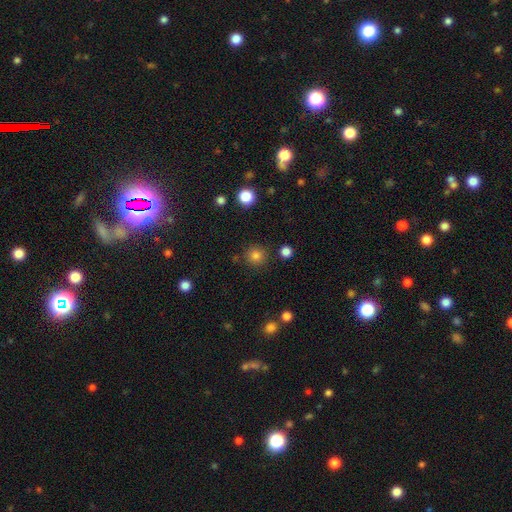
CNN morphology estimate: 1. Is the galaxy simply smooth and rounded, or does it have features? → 81% smooth, 14% star or artifact, 5% featured or disk.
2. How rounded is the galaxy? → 95% round, 5% in between, 1% cigar-shaped.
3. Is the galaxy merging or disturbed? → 88% none, 7% minor disturbance, 3% merger, 2% major disturbance.